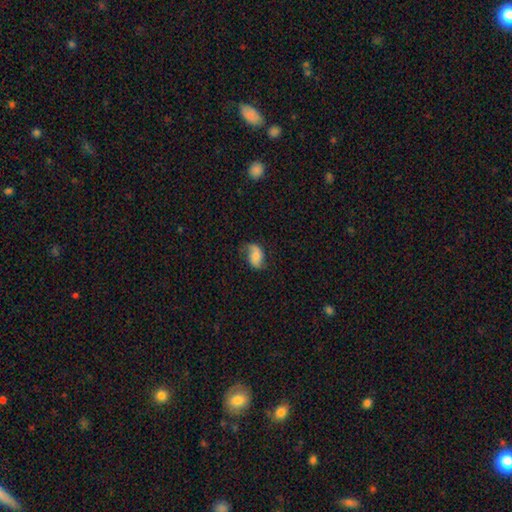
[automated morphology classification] Overall: smooth (47%; featured or disk 44%). Merging: none (60%; minor disturbance 28%).